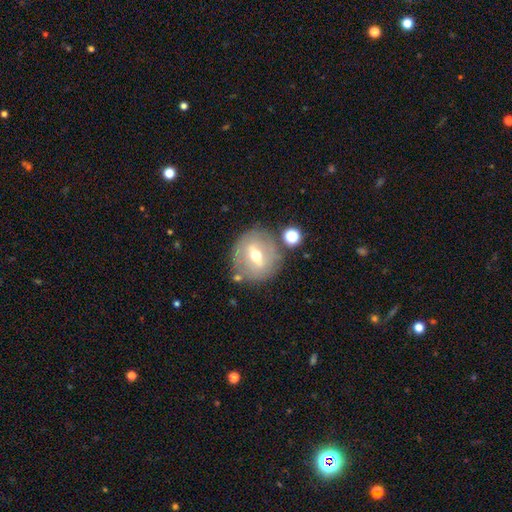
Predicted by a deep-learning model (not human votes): This appears to be a featured or disk galaxy (61%) with a weak bar (43%), no spiral arms (66%) and a moderate central bulge (67%). Merging: none (76%).